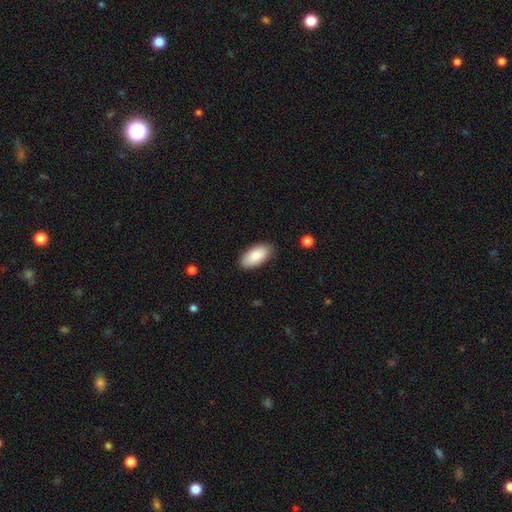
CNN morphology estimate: The model was most divided on "merging": none: 85%, minor disturbance: 11%, major disturbance: 2%, merger: 1%. More confident: how rounded — in between (94%); smooth or featured — smooth (86%).